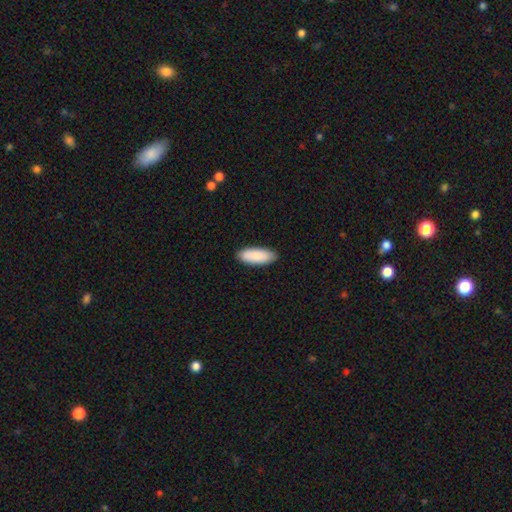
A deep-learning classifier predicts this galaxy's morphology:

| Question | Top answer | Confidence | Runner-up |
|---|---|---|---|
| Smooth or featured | smooth | 90% | star or artifact (5%) |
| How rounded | in between | 76% | cigar-shaped (22%) |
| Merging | none | 89% | minor disturbance (9%) |